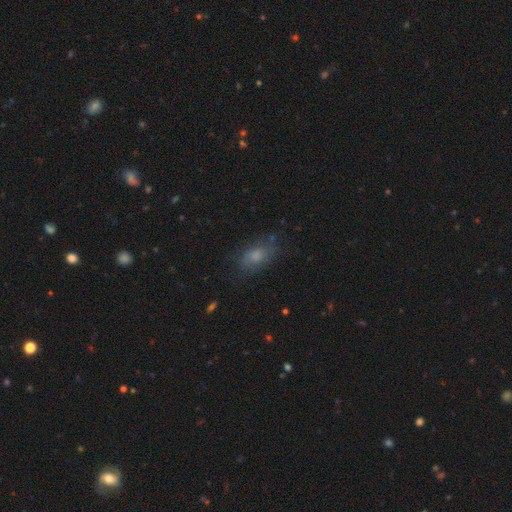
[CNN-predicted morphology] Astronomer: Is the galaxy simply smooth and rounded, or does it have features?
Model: smooth — 70%.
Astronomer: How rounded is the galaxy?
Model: in between — 86%.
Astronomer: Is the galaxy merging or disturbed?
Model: none — 67%.